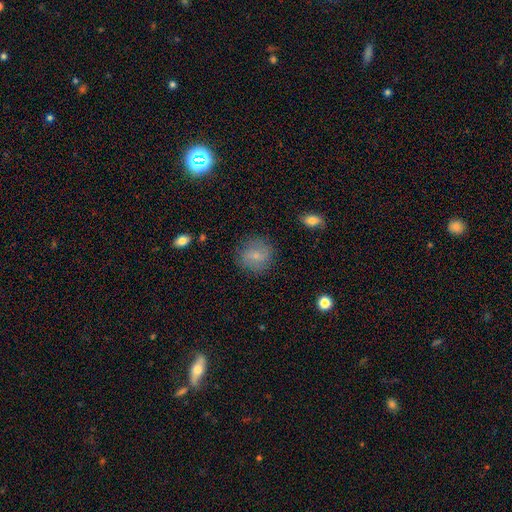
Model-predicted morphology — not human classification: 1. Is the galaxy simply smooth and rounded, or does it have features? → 74% smooth, 17% featured or disk, 9% star or artifact.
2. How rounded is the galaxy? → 87% round, 12% in between, 1% cigar-shaped.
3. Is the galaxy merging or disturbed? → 81% none, 13% minor disturbance, 4% major disturbance, 1% merger.